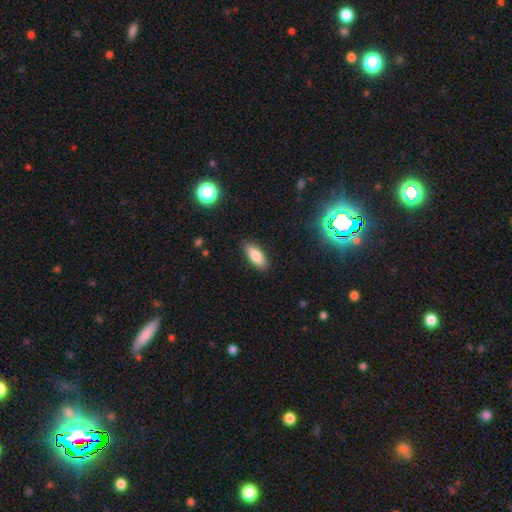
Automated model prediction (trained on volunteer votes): The model was most divided on "how rounded": in between: 77%, cigar-shaped: 21%, round: 2%. More confident: merging — none (88%); smooth or featured — smooth (81%).